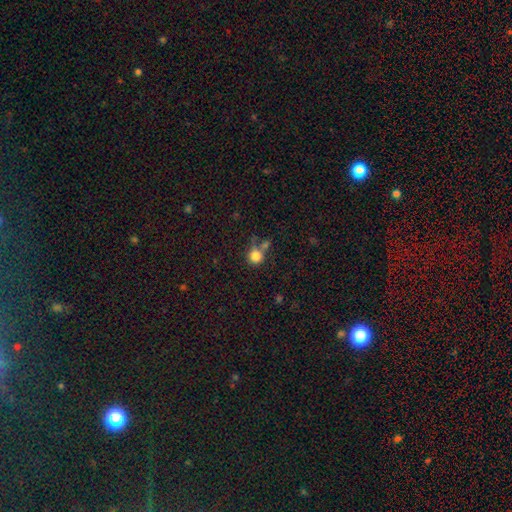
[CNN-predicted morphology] Smooth or featured: smooth — 83% (star or artifact — 11%)
How rounded: round — 88% (in between — 11%)
Merging: none — 51% (merger — 26%)